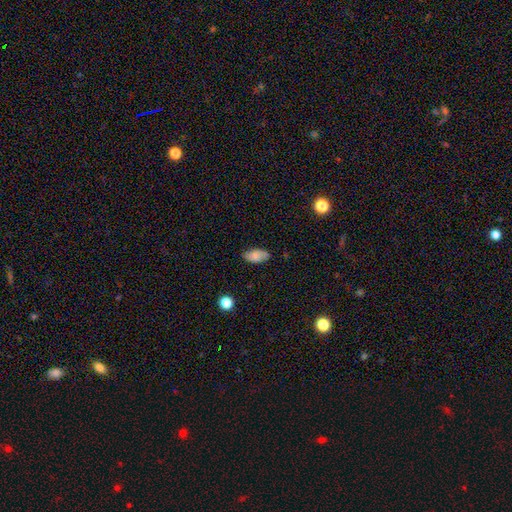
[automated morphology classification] A smooth galaxy with no disk features (75%) that is in between round and cigar-shaped (93%). Merging: none (78%).